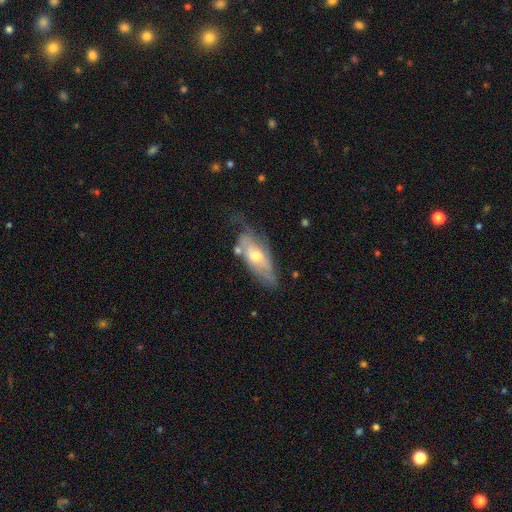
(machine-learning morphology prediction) The model was most divided on "merging": none: 46%, minor disturbance: 31%, major disturbance: 17%, merger: 7%. More confident: edge-on disk — no (76%); smooth or featured — featured or disk (56%).